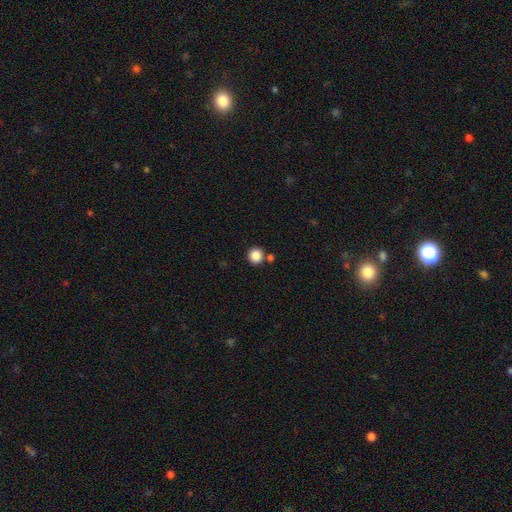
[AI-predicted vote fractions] Q: Smooth or featured?
A: smooth (86%); runner-up: star or artifact (10%)
Q: How rounded?
A: round (92%); runner-up: in between (7%)
Q: Merging?
A: none (79%); runner-up: merger (11%)